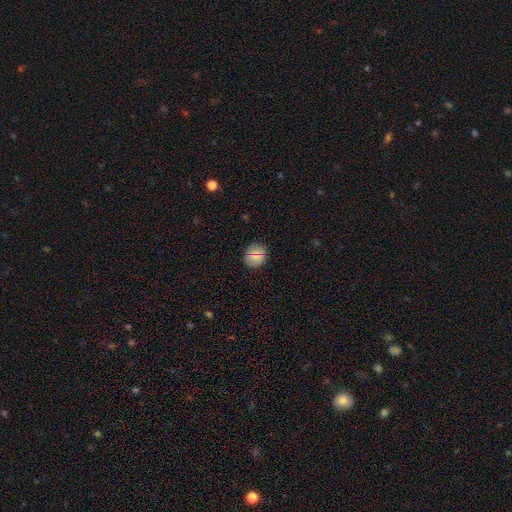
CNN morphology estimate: Smooth or featured?
  - smooth: 75% *
  - star or artifact: 15%
  - featured or disk: 10%
How rounded?
  - round: 82% *
  - in between: 17%
  - cigar-shaped: 1%
Merging?
  - none: 89% *
  - minor disturbance: 8%
  - major disturbance: 2%
  - merger: 1%